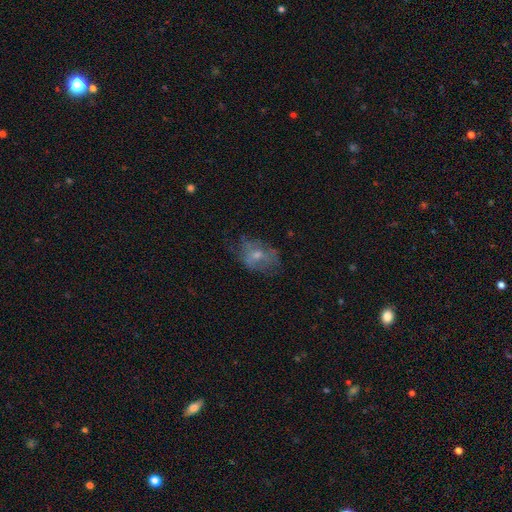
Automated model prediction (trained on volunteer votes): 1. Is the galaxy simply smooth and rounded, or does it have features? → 47% featured or disk, 38% smooth, 14% star or artifact.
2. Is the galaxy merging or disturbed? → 54% none, 25% minor disturbance, 19% major disturbance, 2% merger.